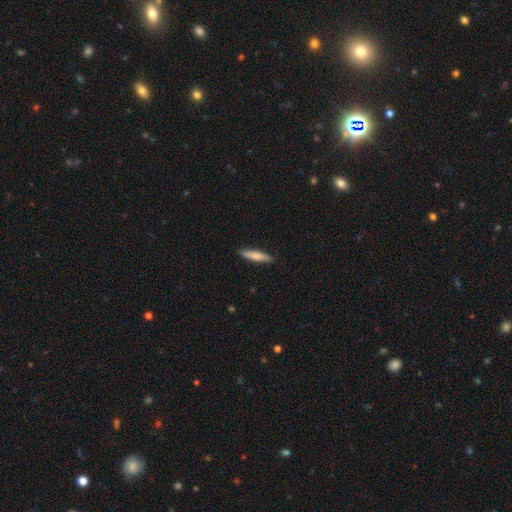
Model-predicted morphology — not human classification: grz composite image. It shows a smooth galaxy with no disk features (73%) that is cigar-shaped (87%). Merging: none (91%).